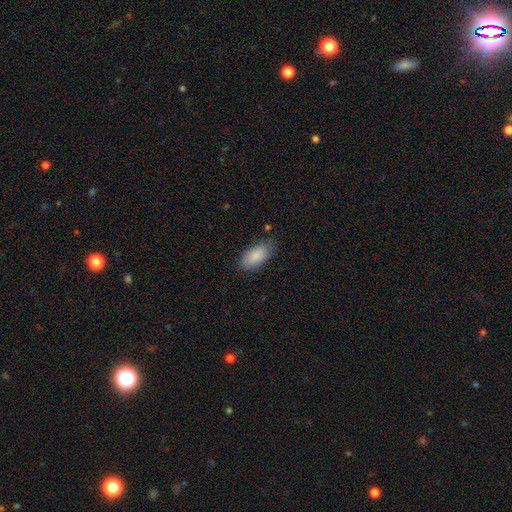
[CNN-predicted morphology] This appears to be a smooth galaxy with no disk features (88%) that is in between round and cigar-shaped (91%). Merging: none (75%).